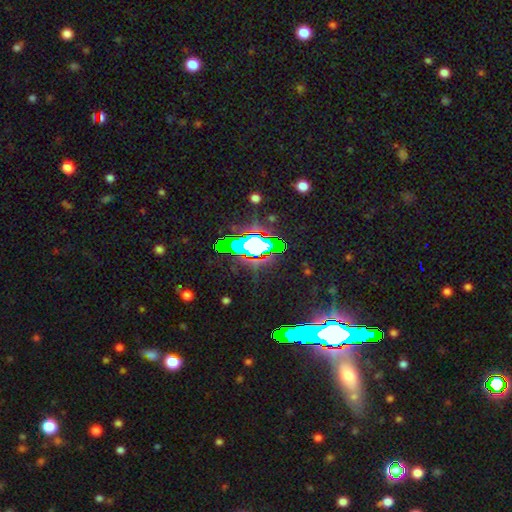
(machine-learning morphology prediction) Q: Smooth or featured?
A: star or artifact (65%); runner-up: smooth (19%)